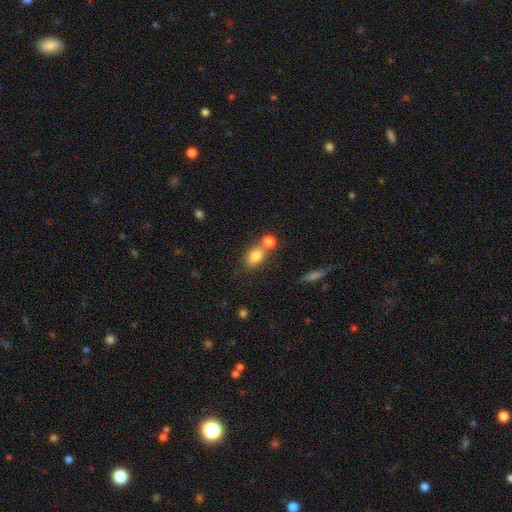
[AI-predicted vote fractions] This is clearly a smooth galaxy (81%). How rounded: likely in between (70%). Merging: possibly none (51%).